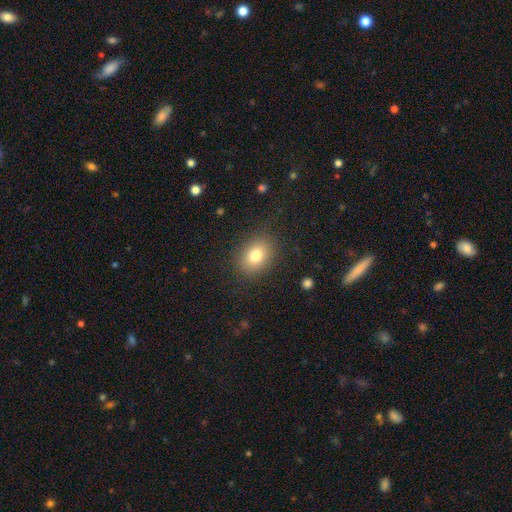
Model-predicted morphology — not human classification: Smooth or featured?
  - smooth: 78% *
  - featured or disk: 11%
  - star or artifact: 11%
How rounded?
  - in between: 62% *
  - round: 37%
  - cigar-shaped: 1%
Merging?
  - none: 85% *
  - minor disturbance: 10%
  - major disturbance: 4%
  - merger: 1%